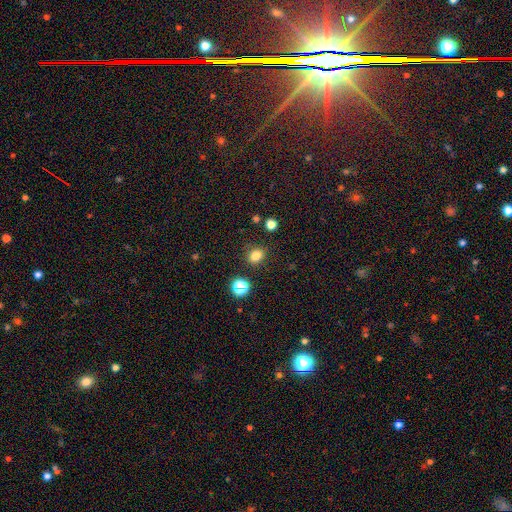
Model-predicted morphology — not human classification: Smooth or featured: smooth — 79% (star or artifact — 16%)
How rounded: round — 54% (in between — 45%)
Merging: none — 82% (minor disturbance — 11%)